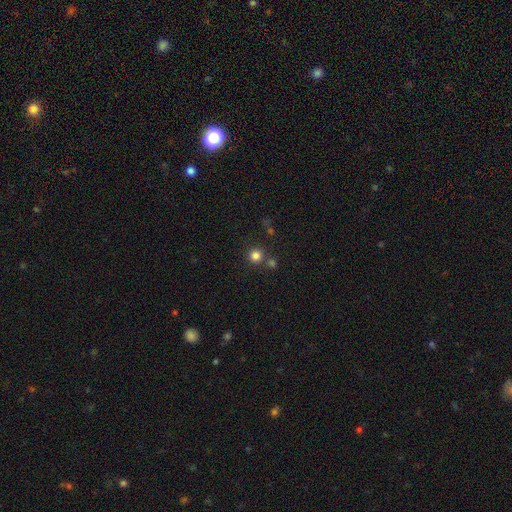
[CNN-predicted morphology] A smooth galaxy with no disk features (81%) that is round (94%). Merging: none (78%).